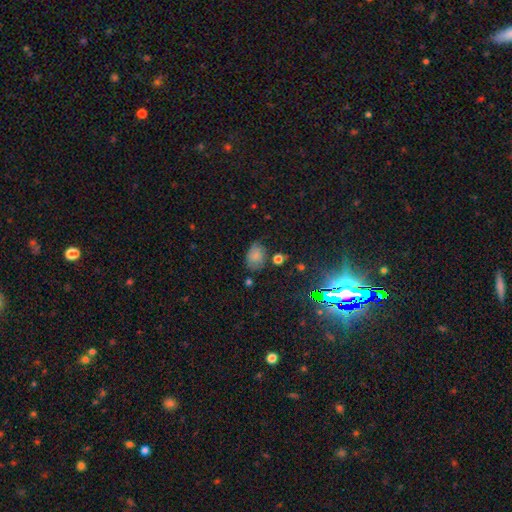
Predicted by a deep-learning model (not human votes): A smooth galaxy with no disk features (72%) that is in between round and cigar-shaped (71%). Merging: none (62%).